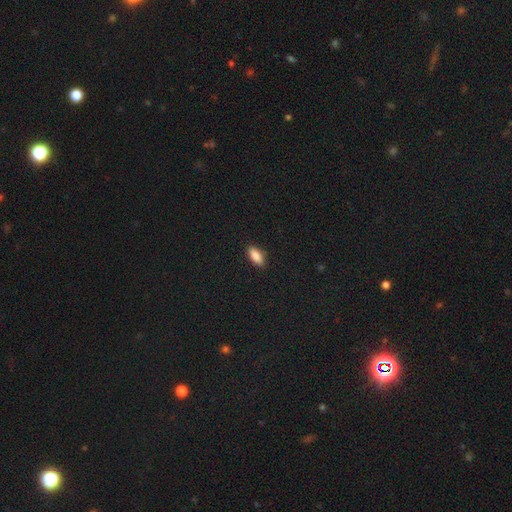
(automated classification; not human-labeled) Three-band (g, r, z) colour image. It shows a smooth galaxy with no disk features (88%) that is in between round and cigar-shaped (86%). Merging: none (89%).